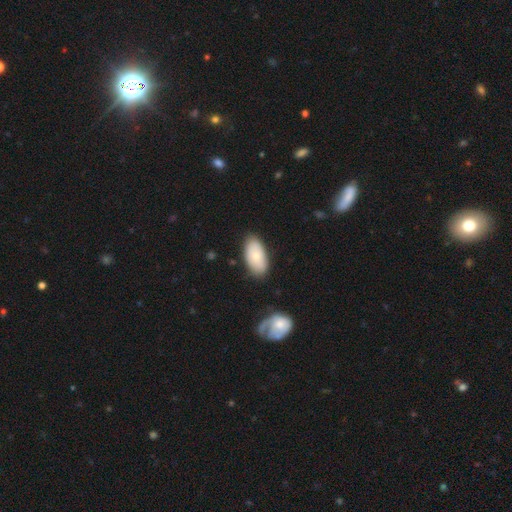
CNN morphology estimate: smooth_or_featured: smooth (p=0.74) [alt: featured or disk p=0.20]
how_rounded: in between (p=0.95) [alt: round p=0.03]
merging: none (p=0.81) [alt: minor disturbance p=0.14]